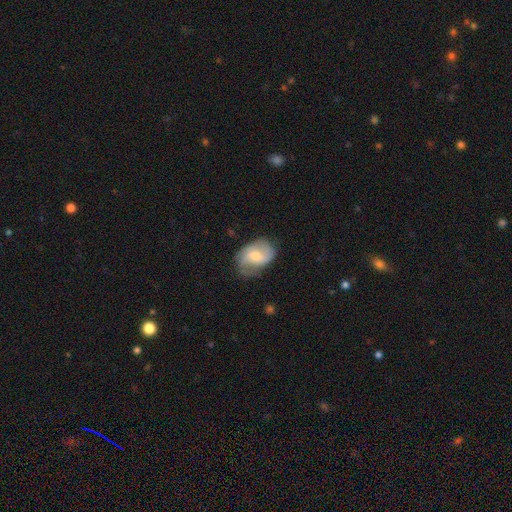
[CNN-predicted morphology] Smooth or featured? featured or disk (55%)
Edge-on disk? no (97%)
Bar? no (47%)
Spiral arms? yes (85%)
Bulge size? moderate (48%)
Merging? none (56%)